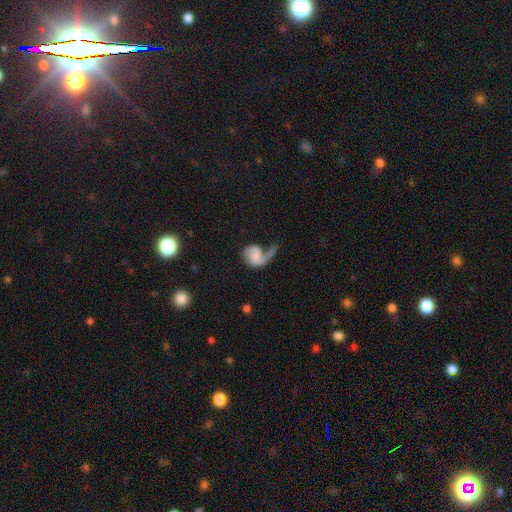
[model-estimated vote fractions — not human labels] A featured or disk galaxy (64%) with no bar (52%), 1 (60%) loose (57%) spiral arms (90%) and no central bulge (51%). Merging: major disturbance (42%).